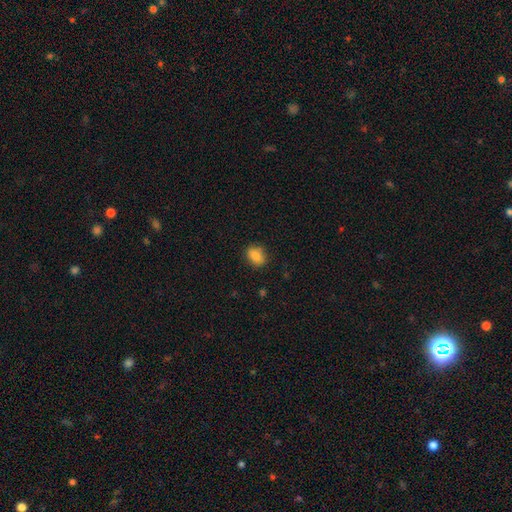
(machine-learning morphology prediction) A smooth galaxy with no disk features (85%) that is in between round and cigar-shaped (64%).

Vote fractions:
- Smooth or featured? smooth: 85% / star or artifact: 9% / featured or disk: 6%
- How rounded? in between: 64% / round: 34% / cigar-shaped: 1%
- Merging? none: 85% / minor disturbance: 12% / major disturbance: 3% / merger: 1%